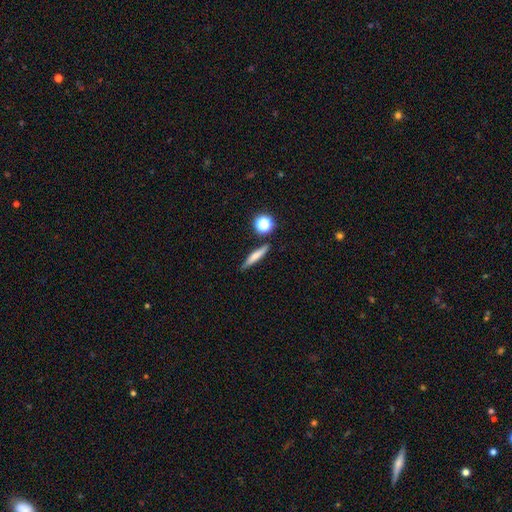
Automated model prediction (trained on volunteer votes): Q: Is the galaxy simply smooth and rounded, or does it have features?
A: smooth — 68%.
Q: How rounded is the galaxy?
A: cigar-shaped — 84%.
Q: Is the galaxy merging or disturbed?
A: none — 83%.